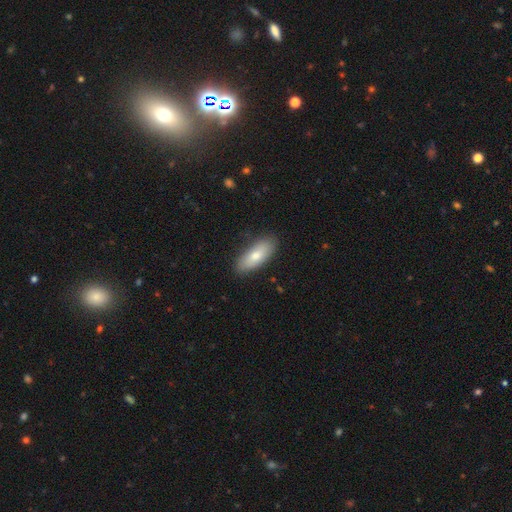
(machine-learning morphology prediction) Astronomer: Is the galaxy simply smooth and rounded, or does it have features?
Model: smooth — 75%.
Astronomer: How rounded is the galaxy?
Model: in between — 78%.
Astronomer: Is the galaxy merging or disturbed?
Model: none — 84%.